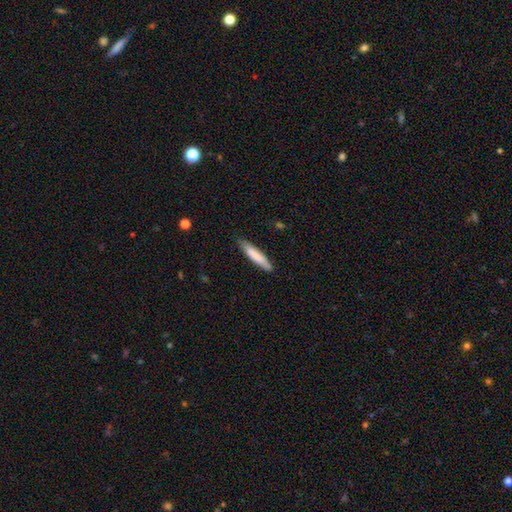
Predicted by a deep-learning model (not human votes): Smooth or featured: smooth — 80% (featured or disk — 15%)
How rounded: cigar-shaped — 87% (in between — 12%)
Merging: none — 83% (minor disturbance — 14%)